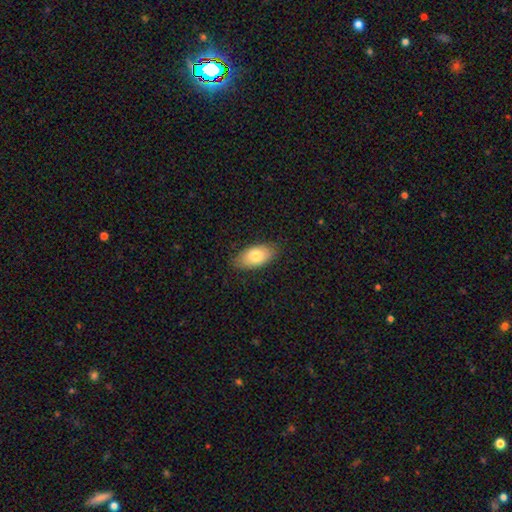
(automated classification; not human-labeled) This is likely a smooth galaxy (78%). How rounded: clearly in between (93%). Merging: clearly none (83%).